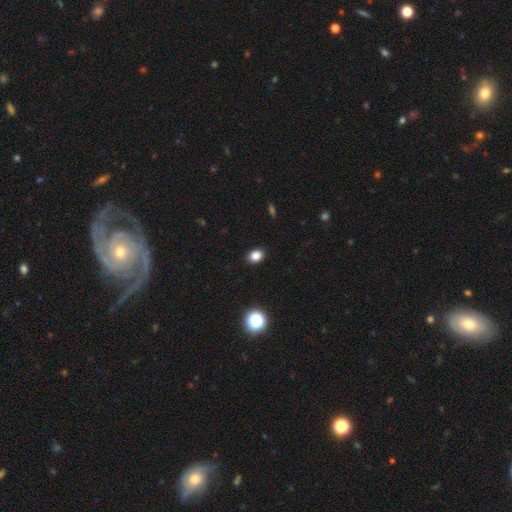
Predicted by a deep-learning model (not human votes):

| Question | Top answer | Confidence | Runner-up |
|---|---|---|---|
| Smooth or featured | smooth | 84% | star or artifact (12%) |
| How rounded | in between | 57% | round (42%) |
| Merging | none | 90% | minor disturbance (7%) |